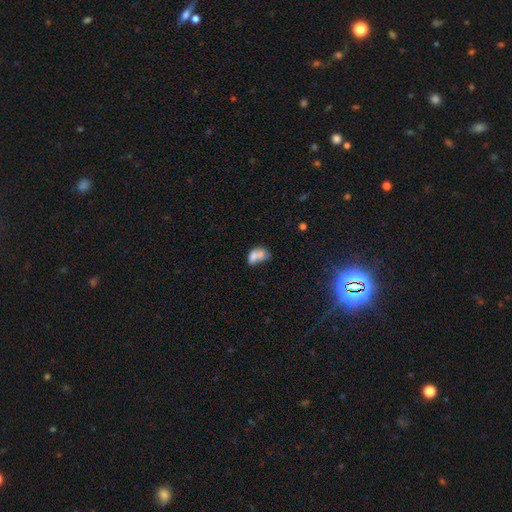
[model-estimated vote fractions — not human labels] Morphology: type=smooth (67%); roundness=in between (80%); merging=merger (56%).